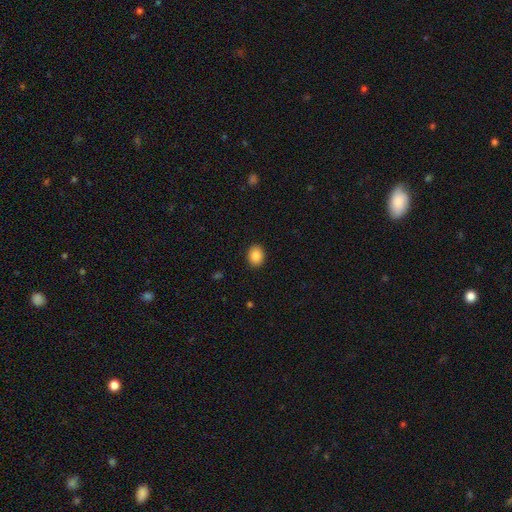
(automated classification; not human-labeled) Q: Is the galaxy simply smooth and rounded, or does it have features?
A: smooth — 86%.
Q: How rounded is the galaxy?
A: round — 50%.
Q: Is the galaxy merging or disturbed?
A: none — 91%.